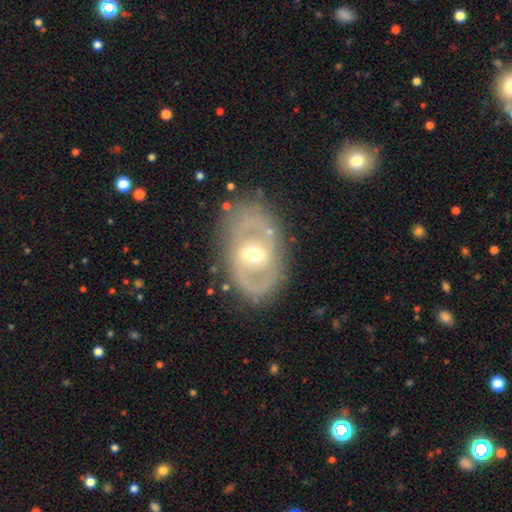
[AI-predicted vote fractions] Q: Smooth or featured?
A: featured or disk (78%); runner-up: smooth (17%)
Q: Edge-on disk?
A: no (95%); runner-up: yes (5%)
Q: Bar?
A: weak (46%); runner-up: no (32%)
Q: Spiral arms?
A: yes (69%); runner-up: no (31%)
Q: Spiral winding?
A: medium (43%); runner-up: tight (34%)
Q: Spiral arm count?
A: 2 (76%); runner-up: can't tell (14%)
Q: Bulge size?
A: moderate (64%); runner-up: small (29%)
Q: Merging?
A: none (76%); runner-up: minor disturbance (15%)